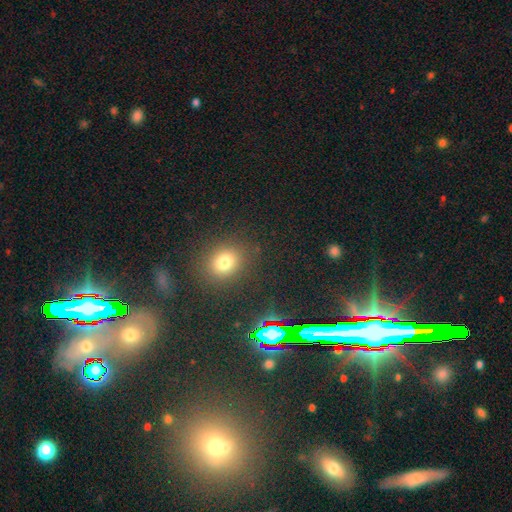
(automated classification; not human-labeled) Overall: smooth (53%; star or artifact 38%). How rounded: round (75%). Merging: none (88%).